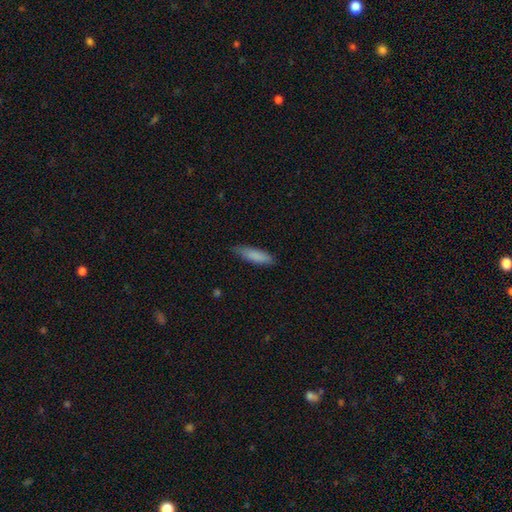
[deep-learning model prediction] A smooth galaxy with no disk features (85%) that is cigar-shaped (61%).

Vote fractions:
- Smooth or featured? smooth: 85% / featured or disk: 9% / star or artifact: 6%
- How rounded? cigar-shaped: 61% / in between: 37% / round: 1%
- Merging? none: 77% / minor disturbance: 19% / major disturbance: 3% / merger: 1%